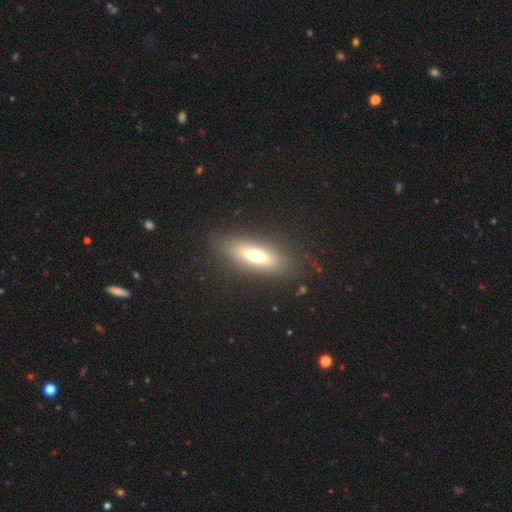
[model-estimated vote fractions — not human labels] smooth_or_featured: smooth (p=0.60) [alt: featured or disk p=0.30]
how_rounded: in between (p=0.65) [alt: cigar-shaped p=0.30]
merging: none (p=0.84) [alt: minor disturbance p=0.10]